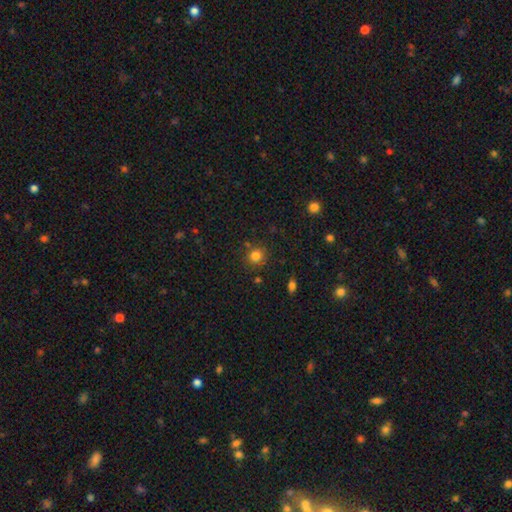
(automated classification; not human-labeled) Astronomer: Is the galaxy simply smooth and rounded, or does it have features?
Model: smooth — 81%.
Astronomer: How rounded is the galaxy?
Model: round — 85%.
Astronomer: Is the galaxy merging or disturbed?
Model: none — 81%.